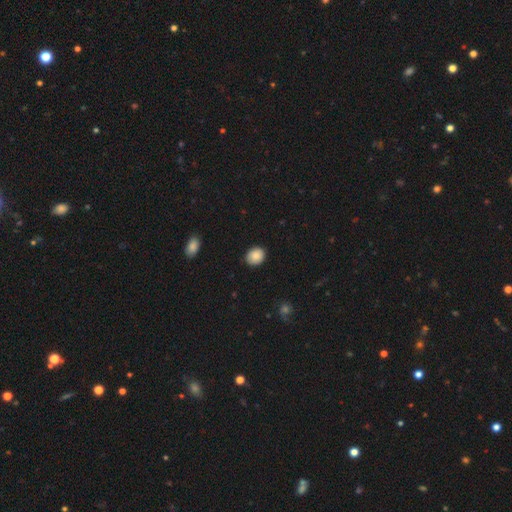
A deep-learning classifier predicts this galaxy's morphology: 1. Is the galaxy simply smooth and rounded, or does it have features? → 85% smooth, 8% star or artifact, 6% featured or disk.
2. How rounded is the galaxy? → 58% round, 41% in between, 1% cigar-shaped.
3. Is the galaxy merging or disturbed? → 86% none, 11% minor disturbance, 2% major disturbance, 1% merger.